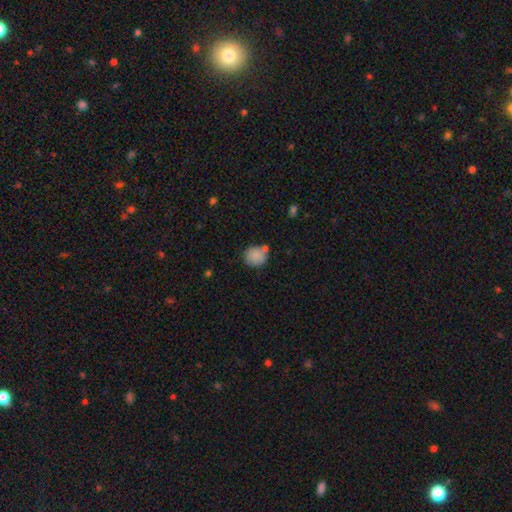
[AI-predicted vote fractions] A smooth galaxy with no disk features (85%) that is round (84%). Merging: none (65%).